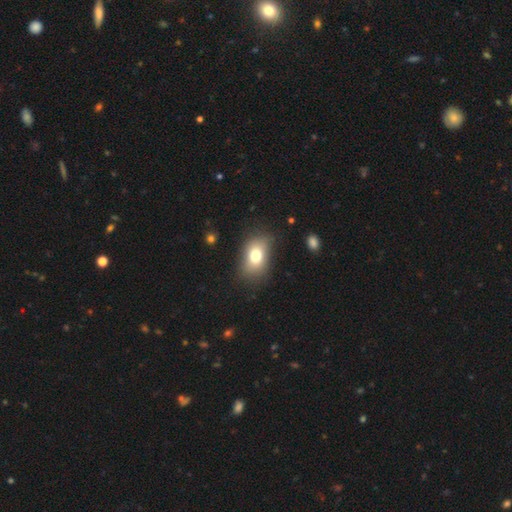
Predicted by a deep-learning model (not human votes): Smooth or featured?
  - smooth: 75% *
  - featured or disk: 15%
  - star or artifact: 10%
How rounded?
  - in between: 82% *
  - round: 17%
  - cigar-shaped: 2%
Merging?
  - none: 74% *
  - minor disturbance: 18%
  - major disturbance: 7%
  - merger: 2%